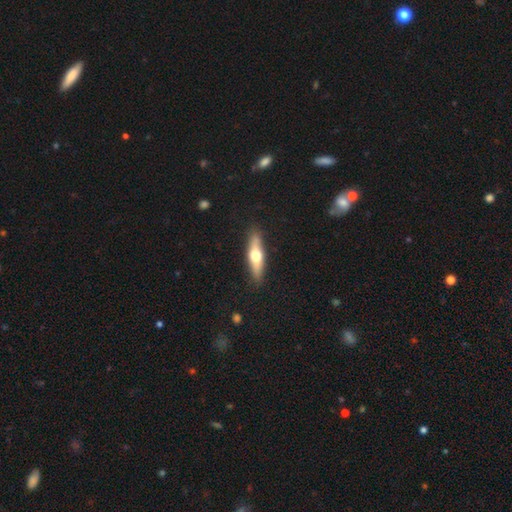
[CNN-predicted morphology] smooth-or-featured: smooth: 47% (tied) | featured or disk: 47% (tied) | star or artifact: 5%
  merging: none: 86% | minor disturbance: 10% | major disturbance: 2% | merger: 1%